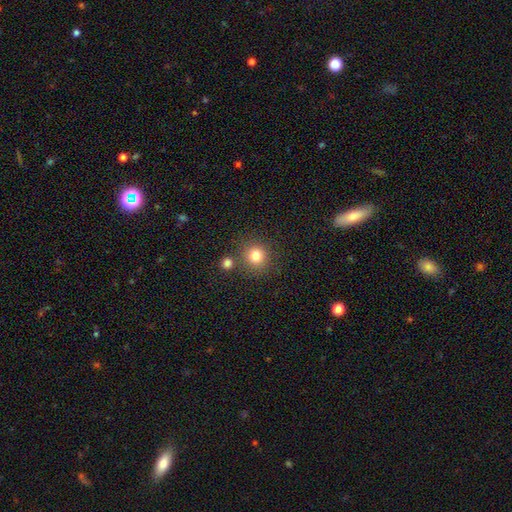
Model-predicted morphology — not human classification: smooth_or_featured: smooth (p=0.81) [alt: star or artifact p=0.13]
how_rounded: round (p=0.92) [alt: in between p=0.07]
merging: none (p=0.79) [alt: merger p=0.10]